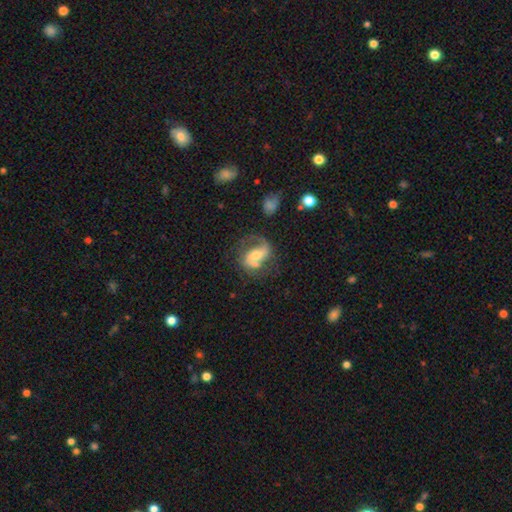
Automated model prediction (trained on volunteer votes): Smooth or featured?
  - featured or disk: 74% *
  - smooth: 18%
  - star or artifact: 8%
Edge-on disk?
  - no: 96% *
  - yes: 4%
Bar?
  - weak: 38% *
  - no: 33%
  - strong: 28%
Spiral arms?
  - yes: 88% *
  - no: 12%
Spiral winding?
  - medium: 44% *
  - loose: 41%
  - tight: 15%
Spiral arm count?
  - 2: 78% *
  - 1: 12%
  - can't tell: 6%
  - 3: 1%
  - 4: 1%
  - more than 4: 1%
Bulge size?
  - moderate: 57% *
  - small: 27%
  - large: 10%
  - none: 4%
  - dominant: 2%
Merging?
  - none: 51% *
  - minor disturbance: 20%
  - major disturbance: 18%
  - merger: 12%